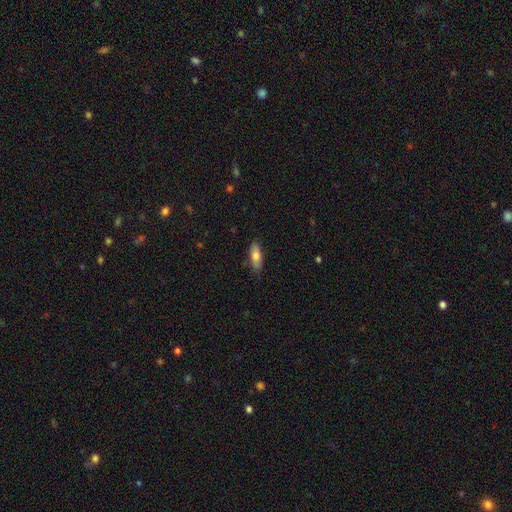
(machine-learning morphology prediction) Smooth or featured? smooth (76%)
How rounded? in between (68%)
Merging? none (83%)